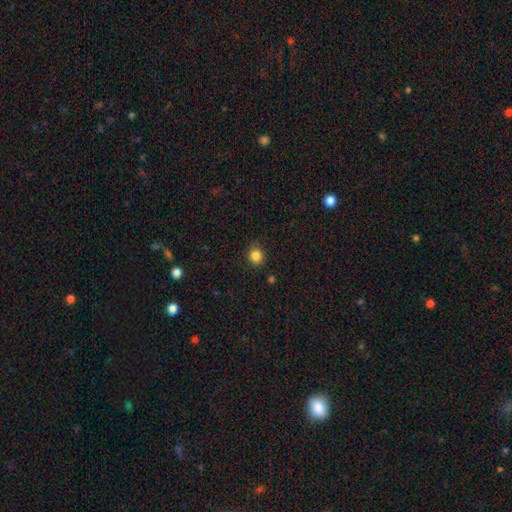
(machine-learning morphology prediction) Q: Smooth or featured?
A: smooth (84%); runner-up: star or artifact (12%)
Q: How rounded?
A: round (81%); runner-up: in between (18%)
Q: Merging?
A: none (86%); runner-up: minor disturbance (10%)